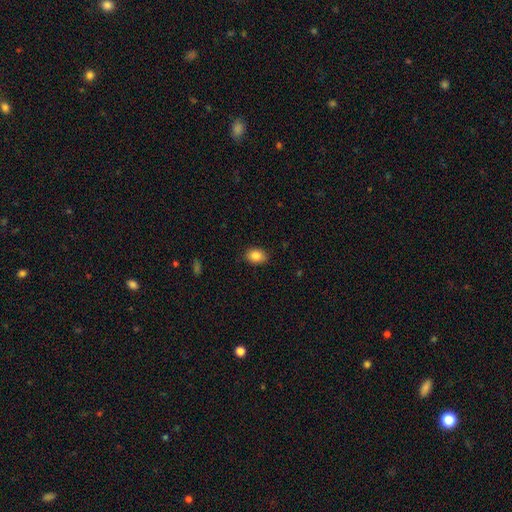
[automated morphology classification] smooth 86%, star or artifact 9%, featured or disk 6%. Down the decision tree: how rounded — in between (68%); merging — none (87%).